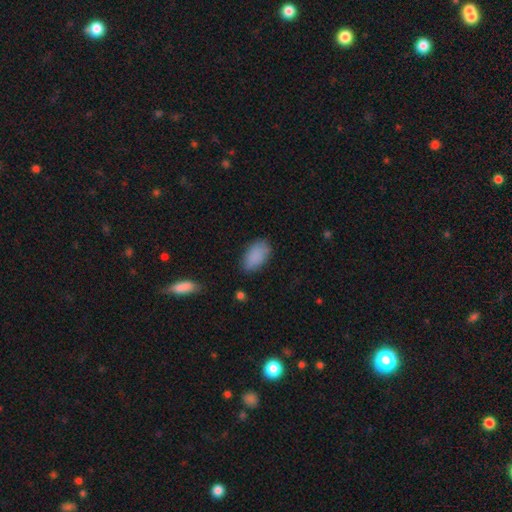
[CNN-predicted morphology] This appears to be a smooth galaxy with no disk features (87%) that is in between round and cigar-shaped (94%). Merging: none (79%).